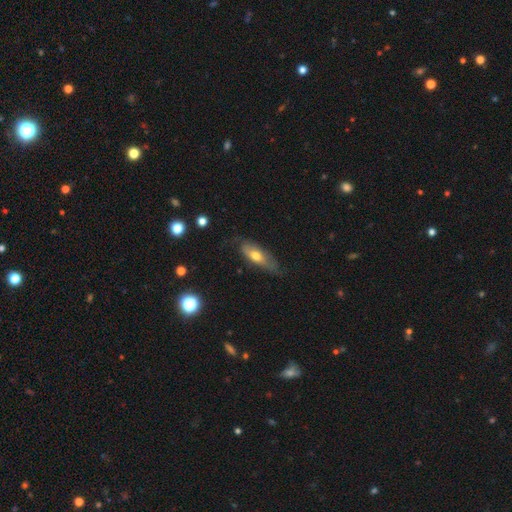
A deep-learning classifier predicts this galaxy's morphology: Overall: smooth (55%; featured or disk 39%). How rounded: in between (65%; cigar-shaped 32%). Merging: none (60%; minor disturbance 29%).